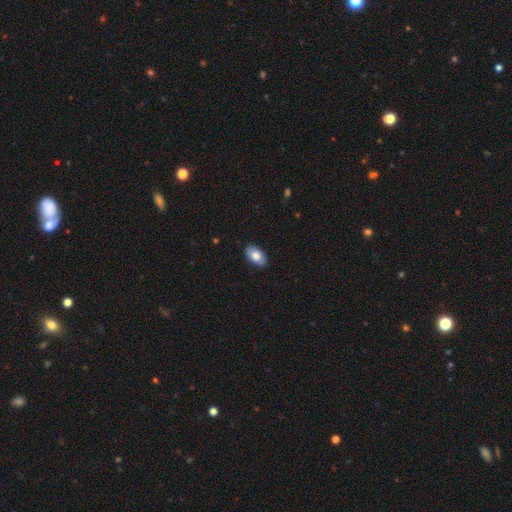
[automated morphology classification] A smooth galaxy with no disk features (81%) that is in between round and cigar-shaped (94%).

Vote fractions:
- Smooth or featured? smooth: 81% / featured or disk: 13% / star or artifact: 6%
- How rounded? in between: 94% / round: 4% / cigar-shaped: 2%
- Merging? none: 88% / minor disturbance: 9% / major disturbance: 2% / merger: 1%